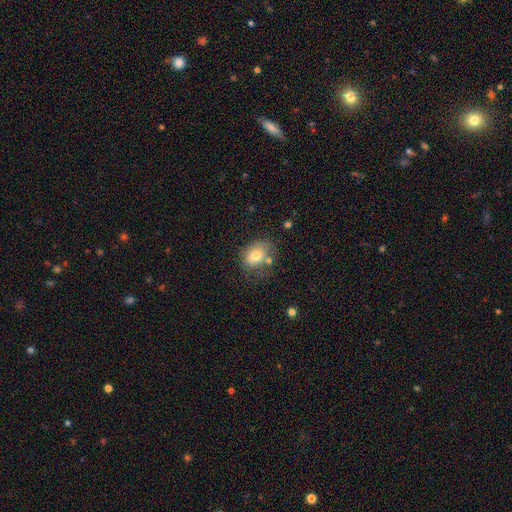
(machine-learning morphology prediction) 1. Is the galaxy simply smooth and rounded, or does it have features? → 73% smooth, 17% featured or disk, 9% star or artifact.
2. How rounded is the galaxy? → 67% in between, 32% round, 1% cigar-shaped.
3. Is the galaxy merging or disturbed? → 52% none, 26% minor disturbance, 11% major disturbance, 11% merger.